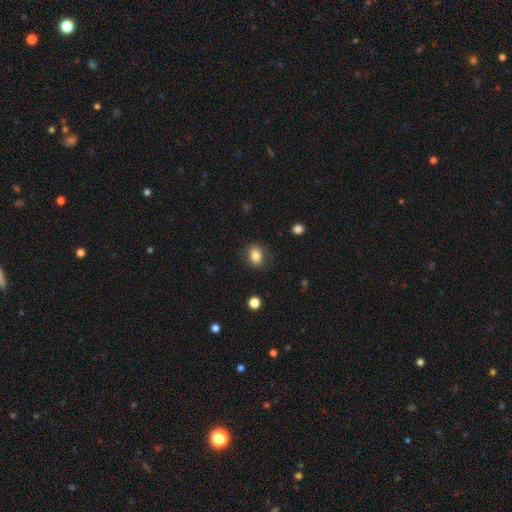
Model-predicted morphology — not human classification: The model was most divided on "how rounded": in between: 64%, round: 35%, cigar-shaped: 1%. More confident: smooth or featured — smooth (83%); merging — none (82%).